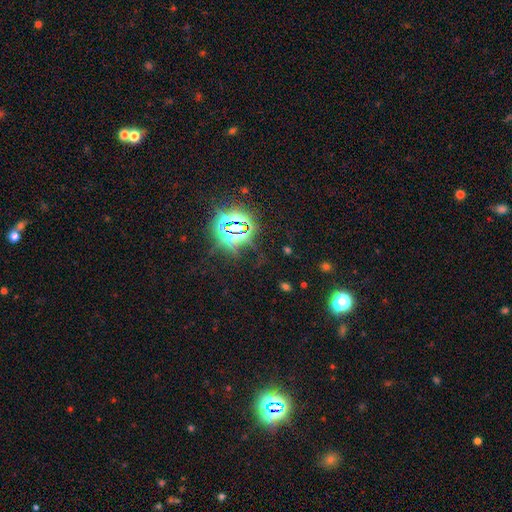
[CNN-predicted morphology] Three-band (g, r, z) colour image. It shows a star or artifact, not a galaxy (80%).